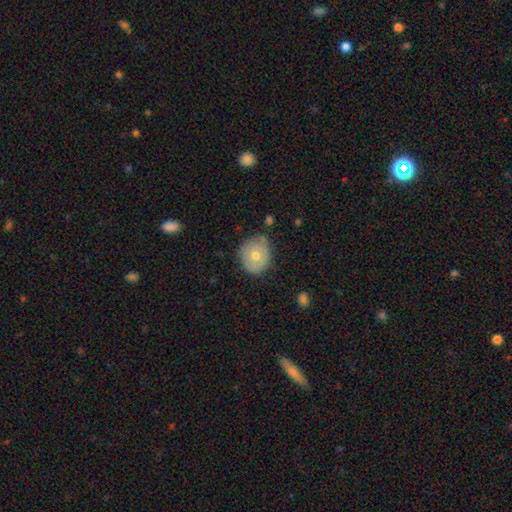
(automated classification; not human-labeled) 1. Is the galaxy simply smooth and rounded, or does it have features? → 61% smooth, 30% featured or disk, 9% star or artifact.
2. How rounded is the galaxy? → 77% round, 22% in between, 1% cigar-shaped.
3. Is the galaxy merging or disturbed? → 74% none, 20% minor disturbance, 4% major disturbance, 2% merger.